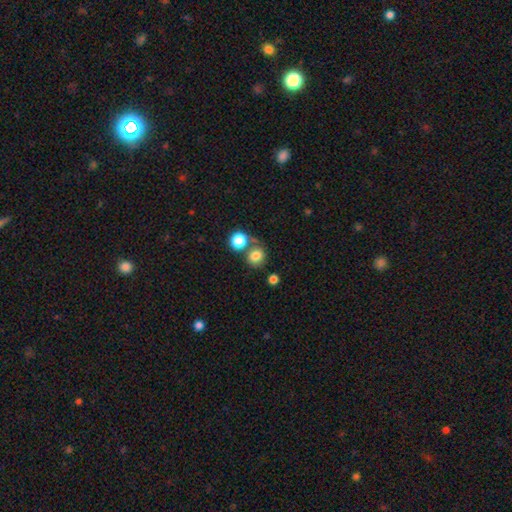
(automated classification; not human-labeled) Smooth or featured?
  - smooth: 80% *
  - star or artifact: 12%
  - featured or disk: 8%
How rounded?
  - round: 80% *
  - in between: 19%
  - cigar-shaped: 1%
Merging?
  - none: 59% *
  - merger: 25%
  - minor disturbance: 11%
  - major disturbance: 5%